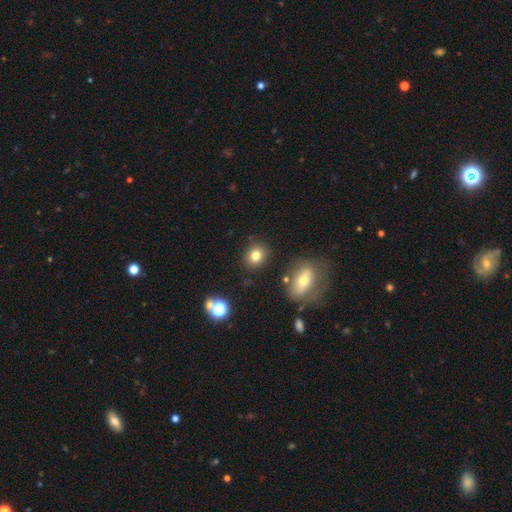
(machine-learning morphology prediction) Overall: smooth (80%). How rounded: round (67%; in between 32%). Merging: none (84%).